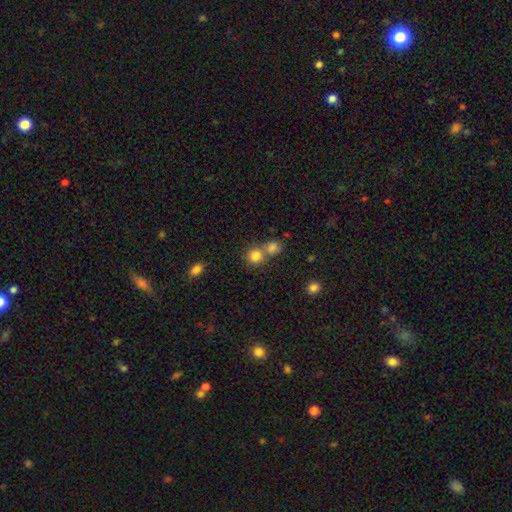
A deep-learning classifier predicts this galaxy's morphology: A smooth galaxy with no disk features (82%) that is round (85%). Merging: none (50%).